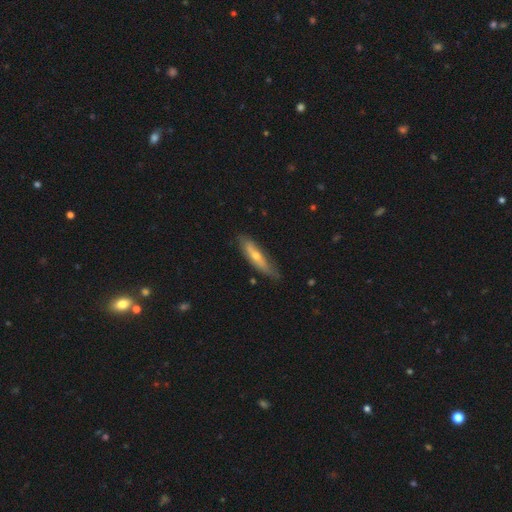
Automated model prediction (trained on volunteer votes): Overall: smooth (48%; featured or disk 46%). Merging: none (70%).